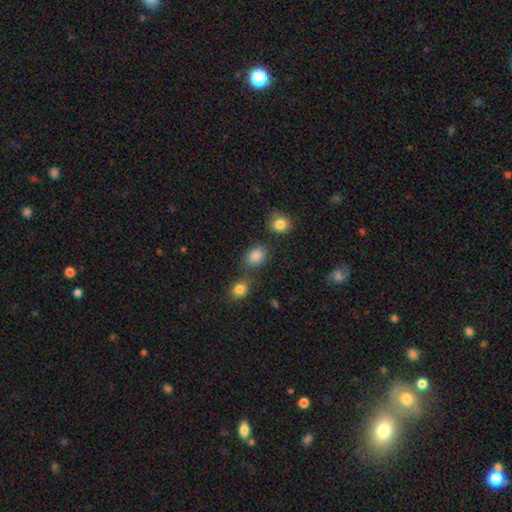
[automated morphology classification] type=smooth (84%); roundness=in between (54%); merging=none (72%).